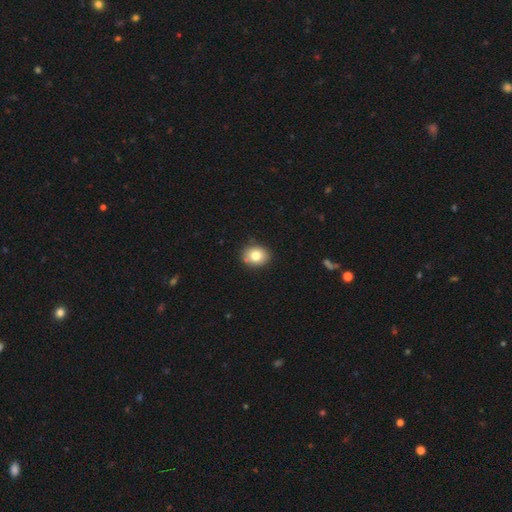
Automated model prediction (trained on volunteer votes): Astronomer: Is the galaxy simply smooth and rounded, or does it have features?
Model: smooth — 79%.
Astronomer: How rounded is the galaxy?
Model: round — 54% (runner-up: in between, 45%).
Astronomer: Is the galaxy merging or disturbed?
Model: none — 86%.